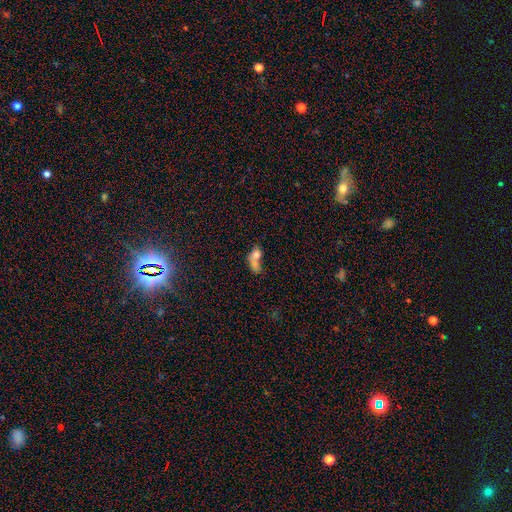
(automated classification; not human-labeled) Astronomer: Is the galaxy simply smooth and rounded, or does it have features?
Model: smooth — 64%.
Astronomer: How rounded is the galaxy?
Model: in between — 61%.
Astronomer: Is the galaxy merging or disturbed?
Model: merger — 62%.